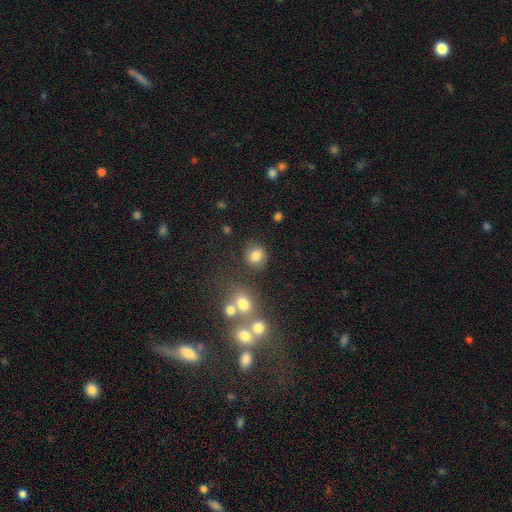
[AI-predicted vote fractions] Morphology: type=smooth (80%); roundness=round (83%); merging=none (78%).